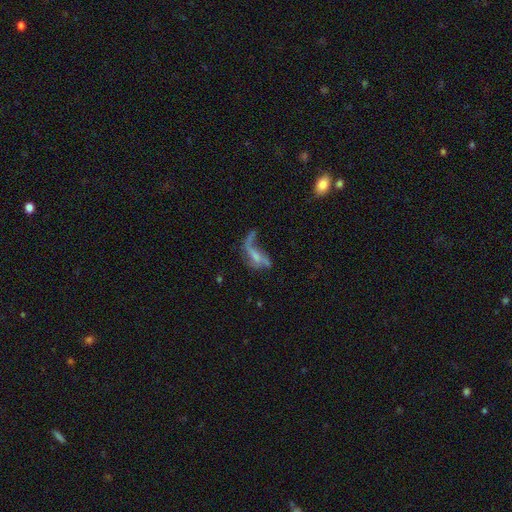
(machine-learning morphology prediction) The model was most divided on "bulge size": none: 41%, small: 37%, moderate: 18%, large: 3%, dominant: 1%. Remaining: edge-on disk — no (91%); smooth or featured — featured or disk (61%); spiral arms — yes (54%); bar — no (54%); merging — major disturbance (48%).